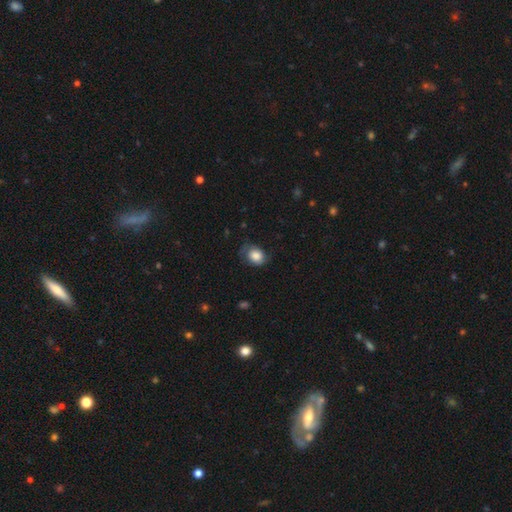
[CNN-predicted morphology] Q: Smooth or featured?
A: smooth (80%); runner-up: featured or disk (12%)
Q: How rounded?
A: round (51%); runner-up: in between (48%)
Q: Merging?
A: none (58%); runner-up: minor disturbance (30%)